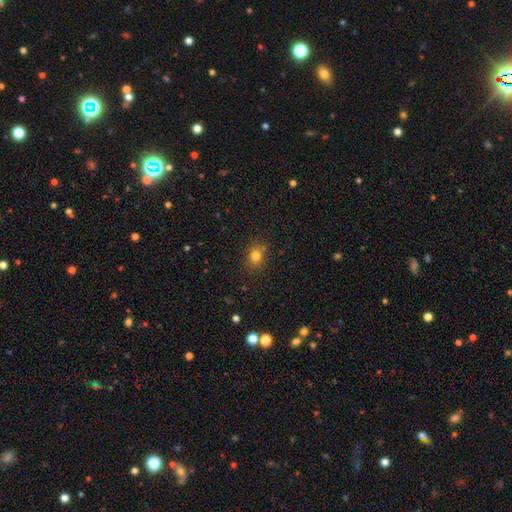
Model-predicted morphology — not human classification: smooth-or-featured: smooth: 79% | star or artifact: 14% | featured or disk: 7%
  how-rounded: round: 55% | in between: 44% | cigar-shaped: 1%
  merging: none: 82% | minor disturbance: 12% | major disturbance: 3% | merger: 3%